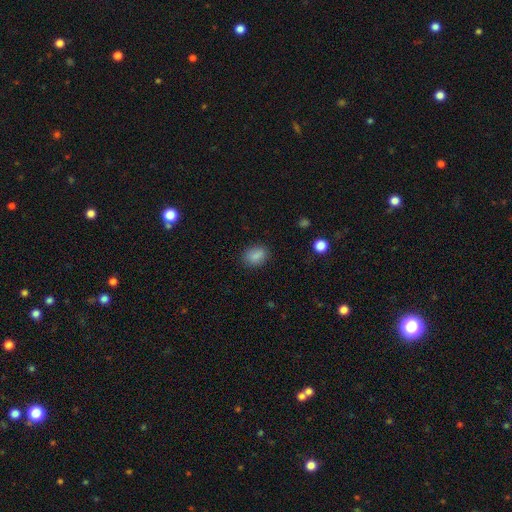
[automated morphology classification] This appears to be a smooth galaxy with no disk features (86%) that is in between round and cigar-shaped (71%). Merging: none (85%).